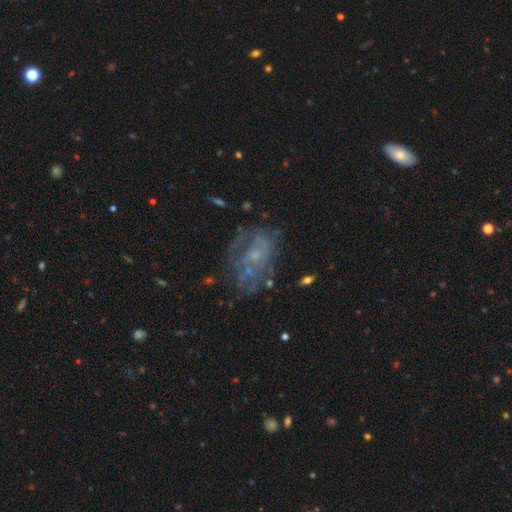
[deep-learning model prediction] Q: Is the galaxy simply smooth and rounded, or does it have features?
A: featured or disk — 62%.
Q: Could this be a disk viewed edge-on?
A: no — 96%.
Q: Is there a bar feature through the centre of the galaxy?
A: no — 78%.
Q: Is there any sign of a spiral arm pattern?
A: no — 52%.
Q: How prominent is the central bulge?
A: small — 62%.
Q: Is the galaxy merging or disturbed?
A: none — 56%.